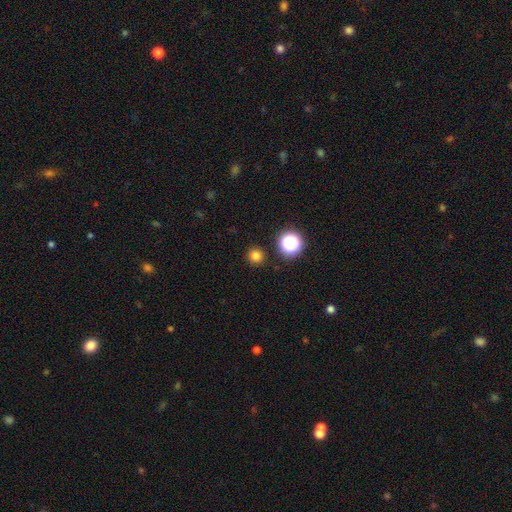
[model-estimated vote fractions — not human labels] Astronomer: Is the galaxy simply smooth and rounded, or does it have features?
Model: smooth — 78%.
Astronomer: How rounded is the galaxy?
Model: round — 95%.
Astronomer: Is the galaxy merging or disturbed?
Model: none — 91%.